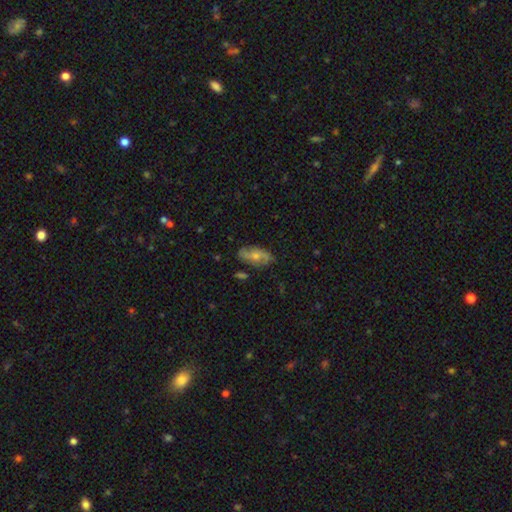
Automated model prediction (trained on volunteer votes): smooth_or_featured: featured or disk (p=0.52) [alt: smooth p=0.38]
disk_edge_on: no (p=0.81) [alt: yes p=0.19]
merging: none (p=0.79) [alt: minor disturbance p=0.15]